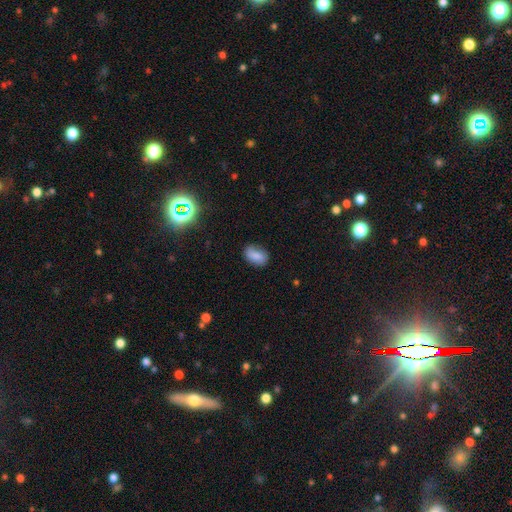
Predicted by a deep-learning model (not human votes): Smooth or featured: smooth — 82% (star or artifact — 10%)
How rounded: in between — 86% (round — 12%)
Merging: none — 72% (minor disturbance — 21%)